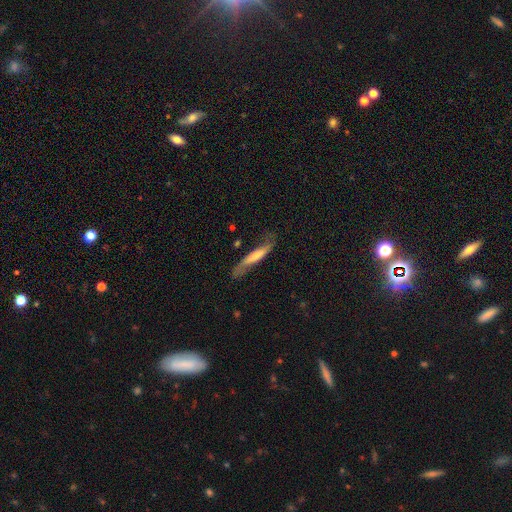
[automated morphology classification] smooth_or_featured: smooth (p=0.50) [alt: featured or disk p=0.44]
how_rounded: cigar-shaped (p=0.87) [alt: in between p=0.11]
merging: none (p=0.51) [alt: minor disturbance p=0.28]